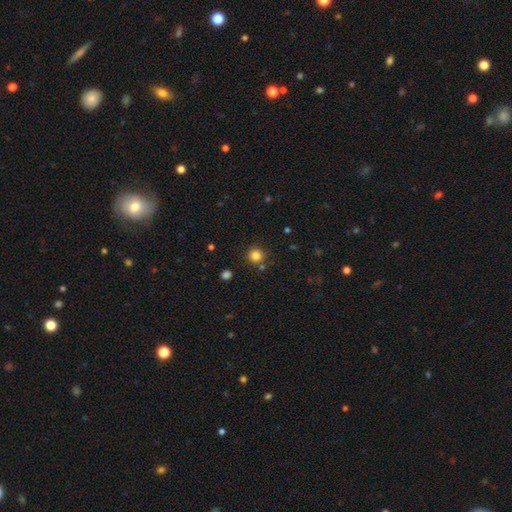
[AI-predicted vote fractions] The model was most divided on "smooth or featured": smooth: 82%, star or artifact: 13%, featured or disk: 5%. More confident: how rounded — round (93%); merging — none (83%).